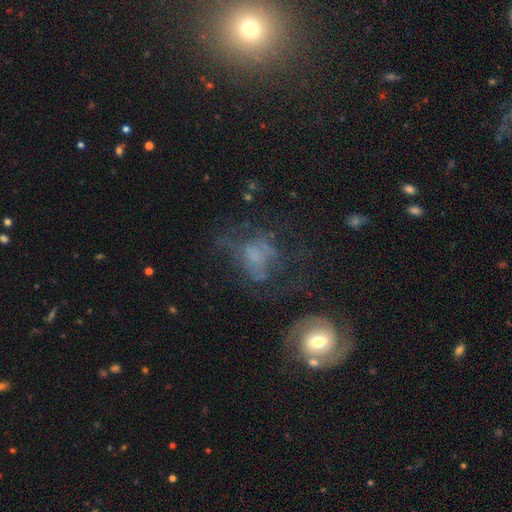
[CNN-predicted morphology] Q: Smooth or featured?
A: featured or disk (53%); runner-up: smooth (30%)
Q: Edge-on disk?
A: no (96%); runner-up: yes (4%)
Q: Bar?
A: no (76%); runner-up: weak (19%)
Q: Spiral arms?
A: no (52%); runner-up: yes (48%)
Q: Bulge size?
A: none (37%); runner-up: moderate (28%)
Q: Merging?
A: major disturbance (37%); tied with: none (37%)